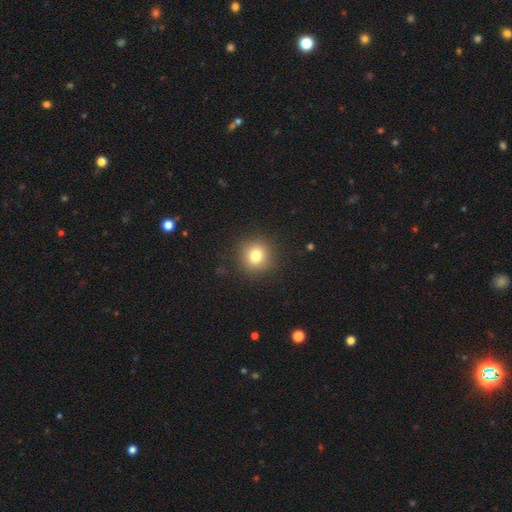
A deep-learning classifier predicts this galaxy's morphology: This is likely a smooth galaxy (79%). How rounded: clearly round (91%). Merging: clearly none (90%).